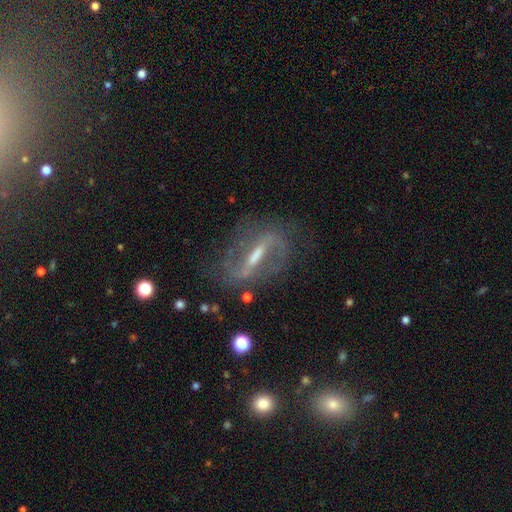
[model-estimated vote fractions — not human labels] featured or disk 83%, smooth 9%, star or artifact 8%. Down the decision tree: edge-on disk — no (86%); bar — strong (66%); spiral arms — yes (88%); spiral arm count — 2 (85%); spiral winding — medium (44%); bulge size — moderate (40%); merging — none (69%).